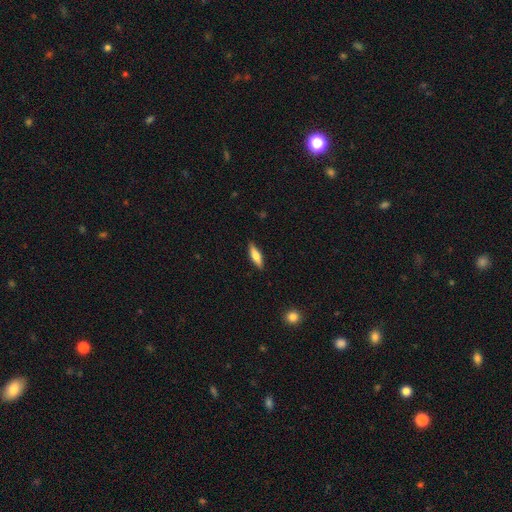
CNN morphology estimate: Smooth or featured: smooth — 66% (featured or disk — 28%)
How rounded: cigar-shaped — 56% (in between — 41%)
Merging: none — 87% (minor disturbance — 10%)